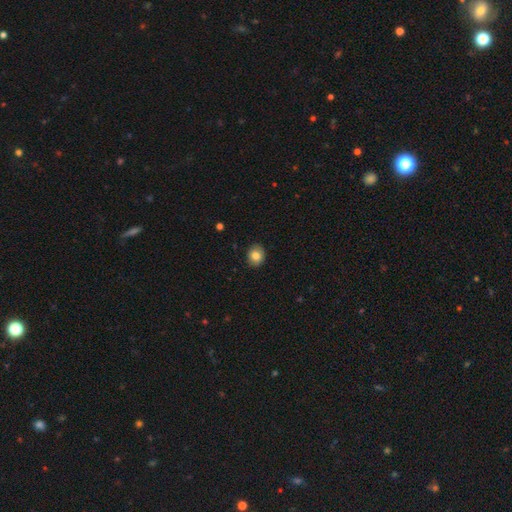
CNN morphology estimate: smooth 82%, star or artifact 9%, featured or disk 9%. Down the decision tree: how rounded — round (65%); merging — none (88%).